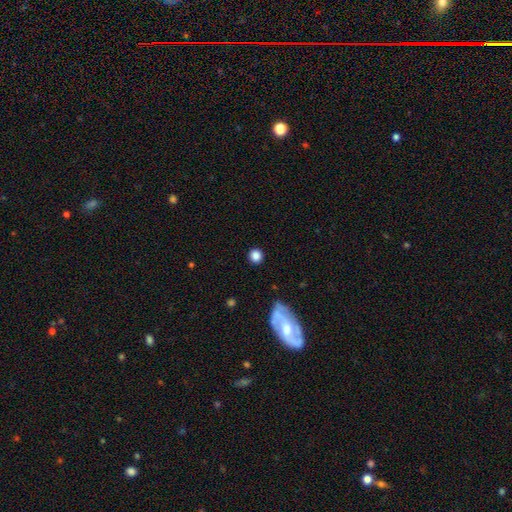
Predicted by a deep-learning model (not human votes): Morphology: type=smooth (84%); roundness=round (88%); merging=none (88%).